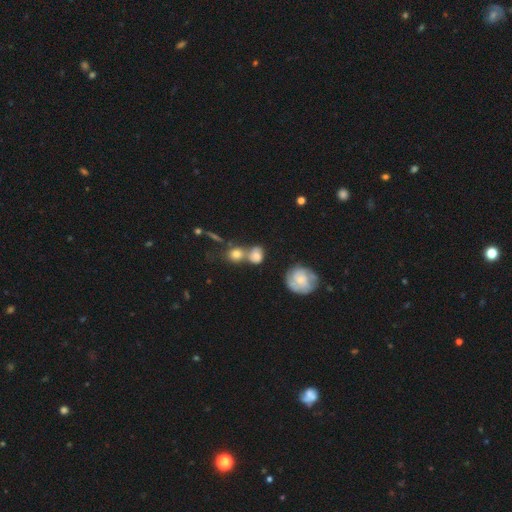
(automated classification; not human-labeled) This appears to be a smooth galaxy with no disk features (60%) that is round (68%). Merging: merger (43%).